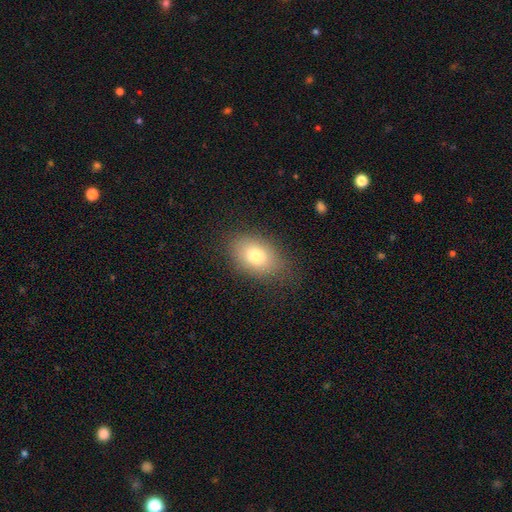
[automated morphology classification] Smooth or featured? smooth (77%)
How rounded? in between (82%)
Merging? none (81%)